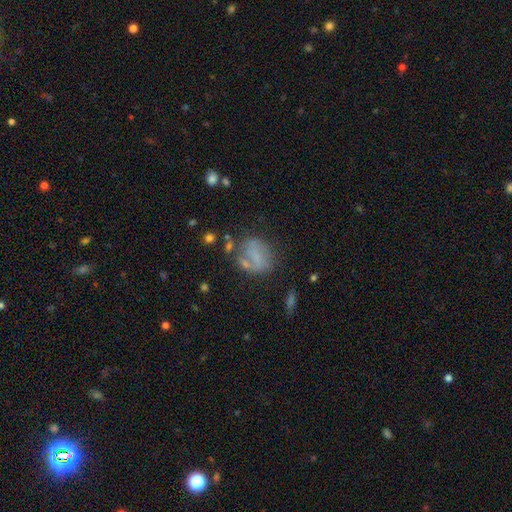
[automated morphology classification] Smooth or featured? smooth (52%)
How rounded? in between (50%)
Merging? none (51%)